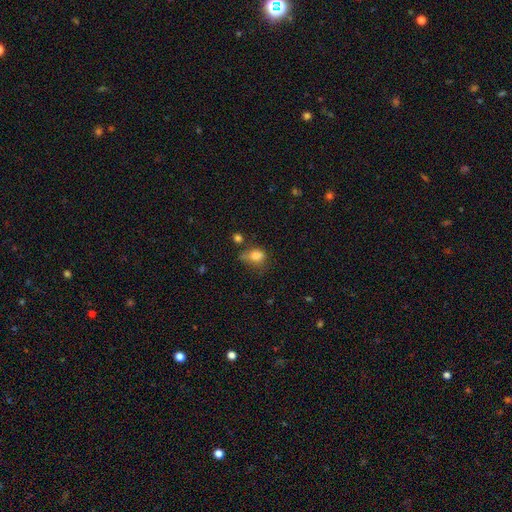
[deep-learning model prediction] Smooth or featured?
  - smooth: 79% *
  - star or artifact: 11%
  - featured or disk: 10%
How rounded?
  - in between: 67% *
  - round: 31%
  - cigar-shaped: 2%
Merging?
  - none: 35% *
  - minor disturbance: 32%
  - major disturbance: 22%
  - merger: 11%